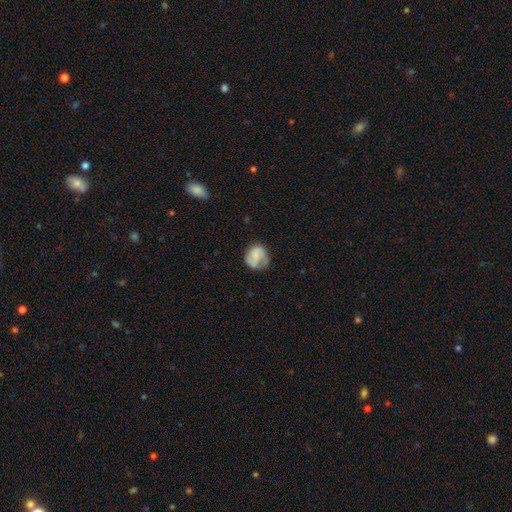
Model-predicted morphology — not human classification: smooth 60%, featured or disk 32%, star or artifact 8%. Down the decision tree: how rounded — round (78%); merging — none (55%).